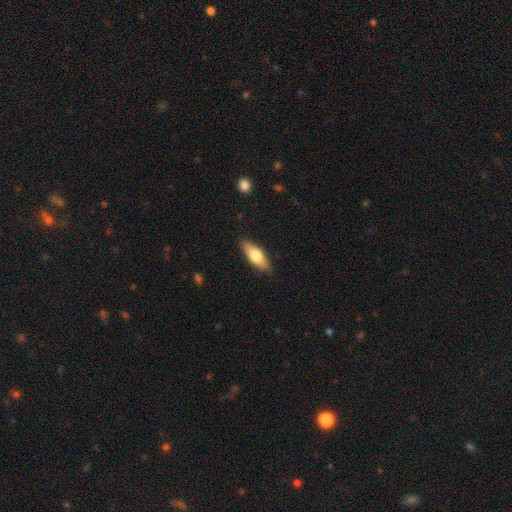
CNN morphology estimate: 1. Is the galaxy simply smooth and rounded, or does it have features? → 64% smooth, 31% featured or disk, 6% star or artifact.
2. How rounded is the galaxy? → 64% in between, 34% cigar-shaped, 3% round.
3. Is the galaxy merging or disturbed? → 88% none, 9% minor disturbance, 2% major disturbance, 1% merger.